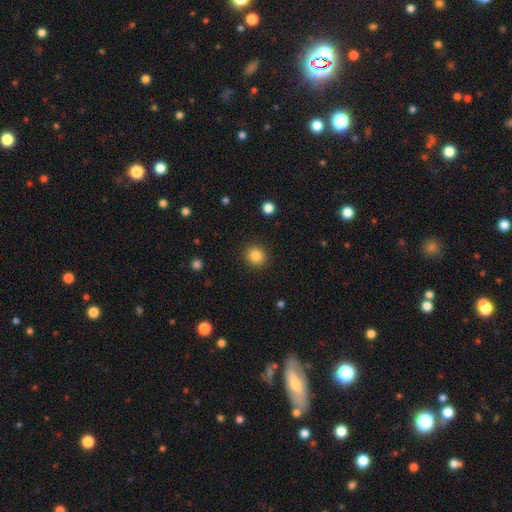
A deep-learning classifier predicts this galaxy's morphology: Overall: smooth (85%). How rounded: round (90%). Merging: none (91%).